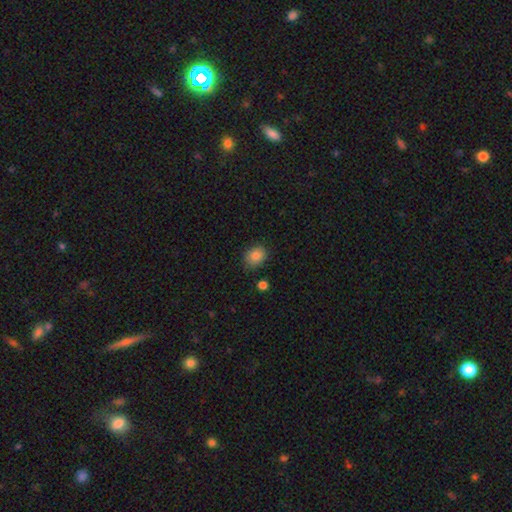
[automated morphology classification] Smooth or featured?
  - smooth: 86% *
  - star or artifact: 9%
  - featured or disk: 5%
How rounded?
  - in between: 53% *
  - round: 46%
  - cigar-shaped: 1%
Merging?
  - none: 76% *
  - minor disturbance: 18%
  - major disturbance: 4%
  - merger: 3%